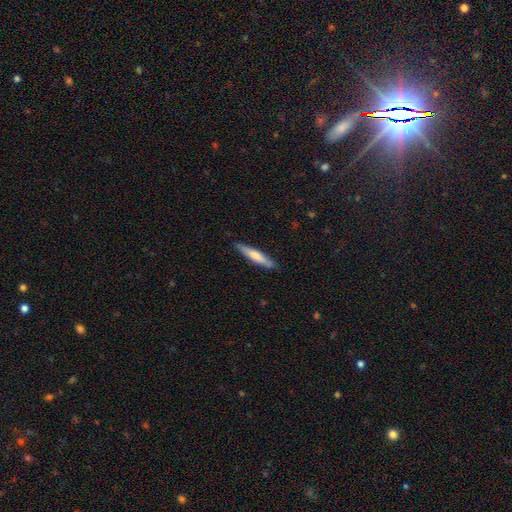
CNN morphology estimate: A smooth galaxy with no disk features (63%) that is cigar-shaped (90%).

Vote fractions:
- Smooth or featured? smooth: 63% / featured or disk: 31% / star or artifact: 5%
- How rounded? cigar-shaped: 90% / in between: 9% / round: 1%
- Merging? none: 88% / minor disturbance: 10% / major disturbance: 2% / merger: 1%